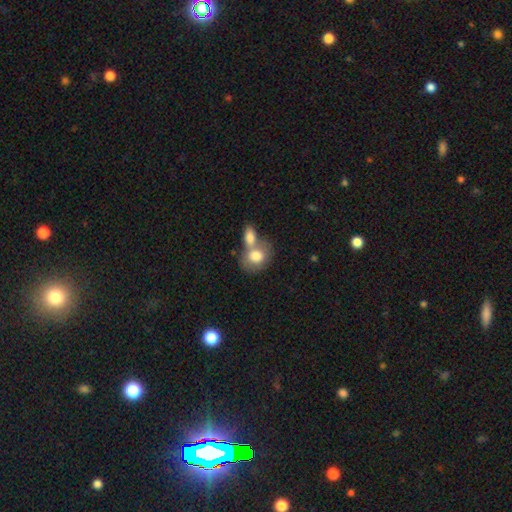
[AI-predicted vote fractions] Smooth or featured: smooth — 76% (featured or disk — 17%)
How rounded: in between — 64% (round — 35%)
Merging: merger — 60% (none — 28%)